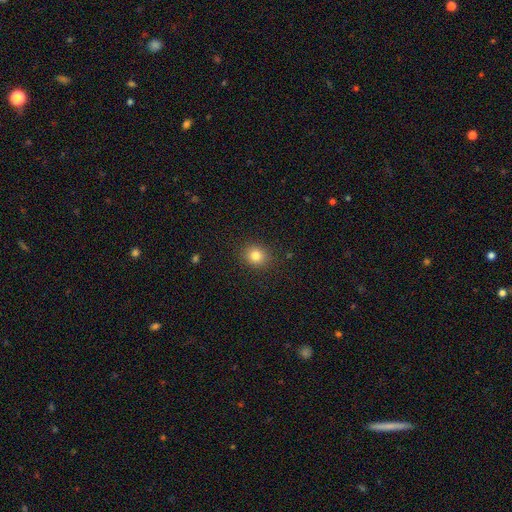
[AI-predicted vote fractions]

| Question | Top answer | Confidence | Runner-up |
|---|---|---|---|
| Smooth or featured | smooth | 82% | star or artifact (12%) |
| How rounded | round | 74% | in between (25%) |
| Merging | none | 88% | minor disturbance (8%) |